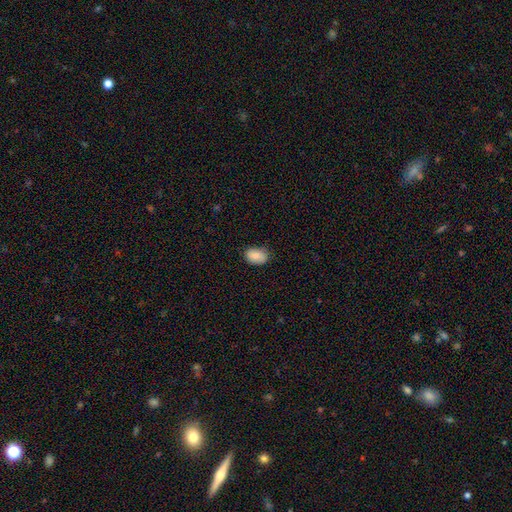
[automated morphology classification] This is clearly a smooth galaxy (85%). How rounded: clearly in between (82%). Merging: likely none (80%).